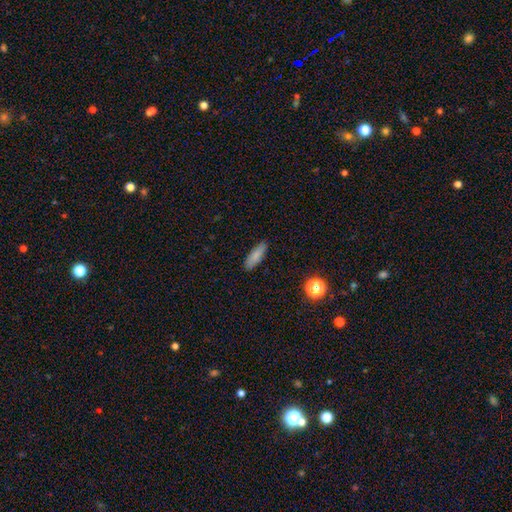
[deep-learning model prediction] The model was most divided on "how rounded": cigar-shaped: 50%, in between: 48%, round: 2%. More confident: merging — none (88%); smooth or featured — smooth (83%).